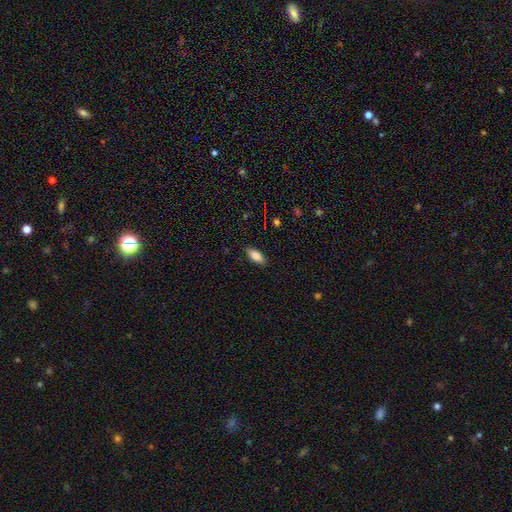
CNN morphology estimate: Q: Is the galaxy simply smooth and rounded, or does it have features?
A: smooth — 83%.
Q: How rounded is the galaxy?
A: in between — 84%.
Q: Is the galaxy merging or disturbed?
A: none — 87%.